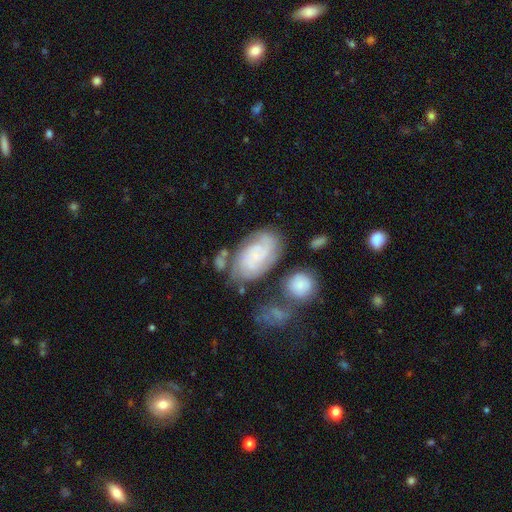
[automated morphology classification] smooth-or-featured: featured or disk: 66% | smooth: 25% | star or artifact: 8%
  disk-edge-on: no: 96% | yes: 4%
    bar: no: 69% | weak: 26% | strong: 5%
    has-spiral-arms: yes: 91% | no: 9%
      spiral-winding: tight: 60% | medium: 30% | loose: 10%
      spiral-arm-count: can't tell: 35% | 2: 34% | 3: 16% | 4: 6% | 1: 5% | more than 4: 4%
    bulge-size: small: 54% | none: 29% | moderate: 12% | large: 3% | dominant: 2%
  merging: none: 61% | minor disturbance: 20% | merger: 11% | major disturbance: 9%